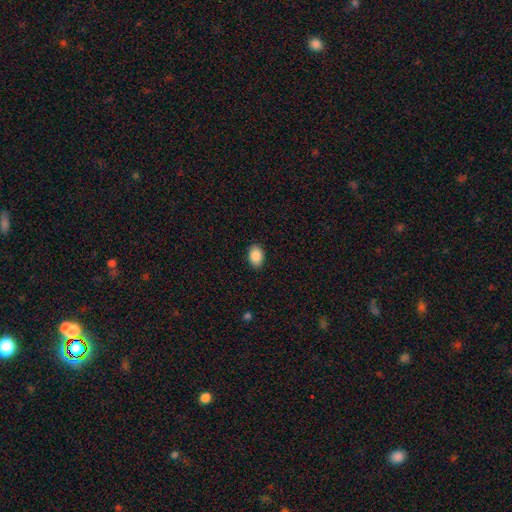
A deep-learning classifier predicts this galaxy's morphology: This appears to be a smooth galaxy with no disk features (89%) that is in between round and cigar-shaped (84%). Merging: none (89%).